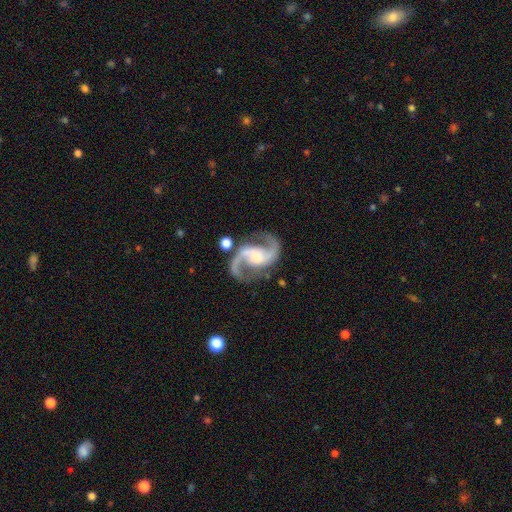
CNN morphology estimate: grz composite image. It shows a featured or disk galaxy (93%) with no bar (44%), 2 (95%) medium (55%) spiral arms (98%) and a small central bulge (39%). Merging: none (78%).